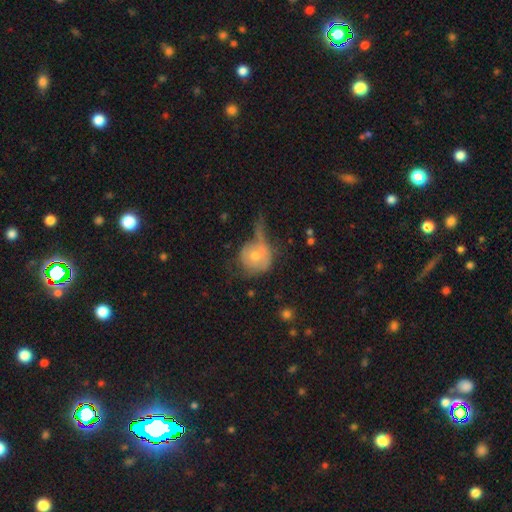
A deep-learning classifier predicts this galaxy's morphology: Overall: smooth (51%; featured or disk 38%). How rounded: round (84%). Merging: none (32%; major disturbance 30%).